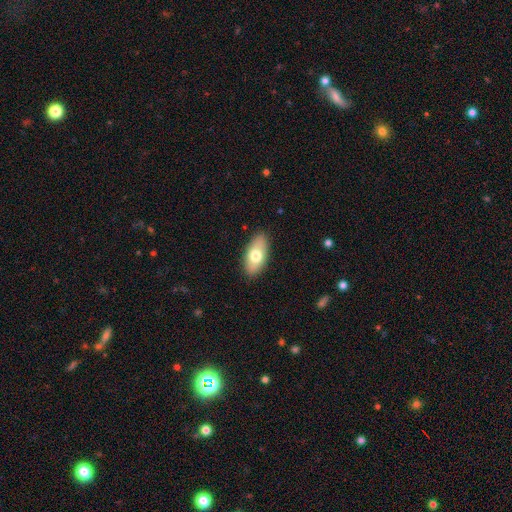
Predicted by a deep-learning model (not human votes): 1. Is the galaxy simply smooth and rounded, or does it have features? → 71% smooth, 22% featured or disk, 6% star or artifact.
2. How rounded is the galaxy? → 90% in between, 6% cigar-shaped, 4% round.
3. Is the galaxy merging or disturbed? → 87% none, 10% minor disturbance, 2% major disturbance, 1% merger.